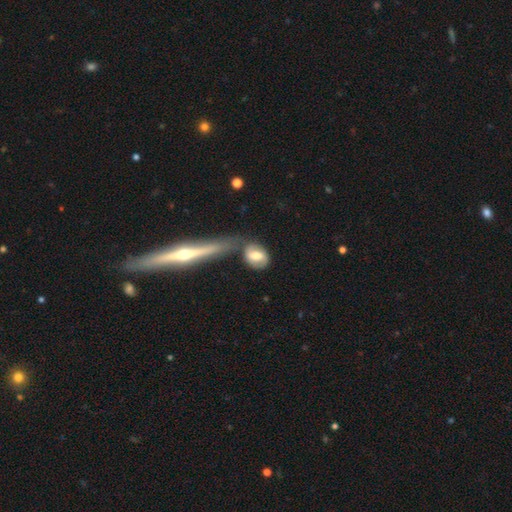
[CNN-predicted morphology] Smooth or featured?
  - smooth: 50% *
  - featured or disk: 43%
  - star or artifact: 7%
How rounded?
  - in between: 63% *
  - round: 31%
  - cigar-shaped: 6%
Merging?
  - none: 54% *
  - merger: 20%
  - minor disturbance: 18%
  - major disturbance: 9%